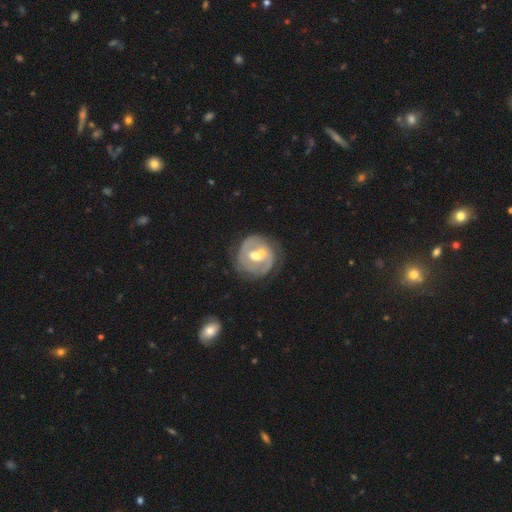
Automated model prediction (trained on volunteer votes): This appears to be a featured or disk galaxy (75%) with a weak bar (45%), spiral arms (66%) and a moderate central bulge (71%). Merging: none (57%).